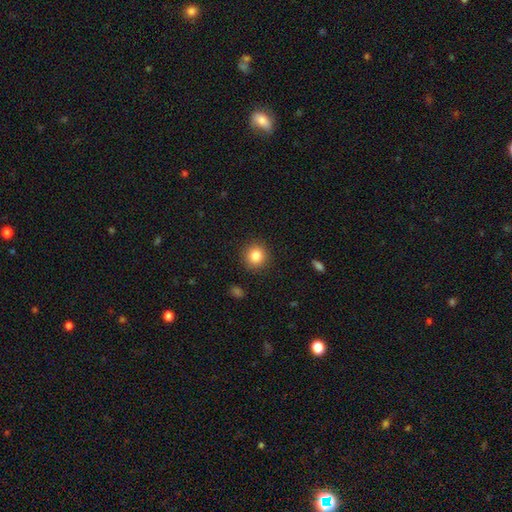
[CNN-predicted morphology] Q: Smooth or featured?
A: smooth (84%); runner-up: star or artifact (10%)
Q: How rounded?
A: round (91%); runner-up: in between (8%)
Q: Merging?
A: none (91%); runner-up: minor disturbance (6%)